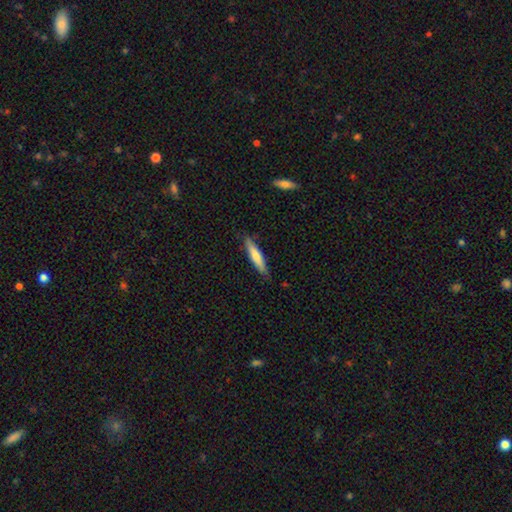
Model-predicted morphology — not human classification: smooth_or_featured: smooth (p=0.67) [alt: featured or disk p=0.28]
how_rounded: cigar-shaped (p=0.86) [alt: in between p=0.12]
merging: none (p=0.85) [alt: minor disturbance p=0.11]